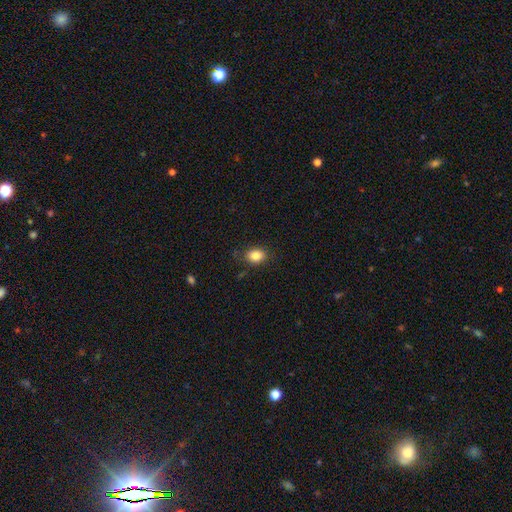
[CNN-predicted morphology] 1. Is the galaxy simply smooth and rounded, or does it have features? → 85% smooth, 9% star or artifact, 5% featured or disk.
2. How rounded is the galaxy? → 61% in between, 38% round, 1% cigar-shaped.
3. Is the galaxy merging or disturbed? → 82% none, 13% minor disturbance, 3% major disturbance, 1% merger.